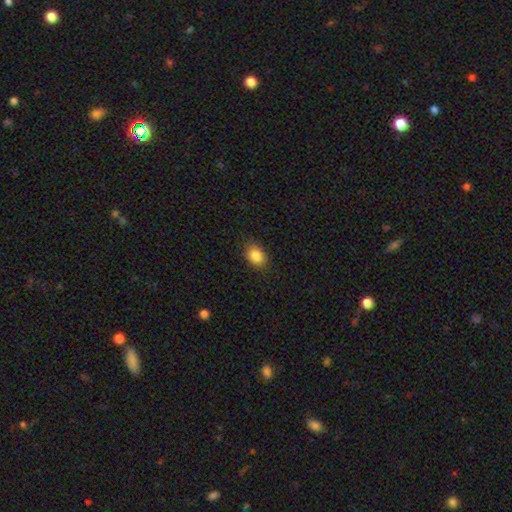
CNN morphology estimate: This is clearly a smooth galaxy (86%). How rounded: likely in between (68%). Merging: clearly none (85%).